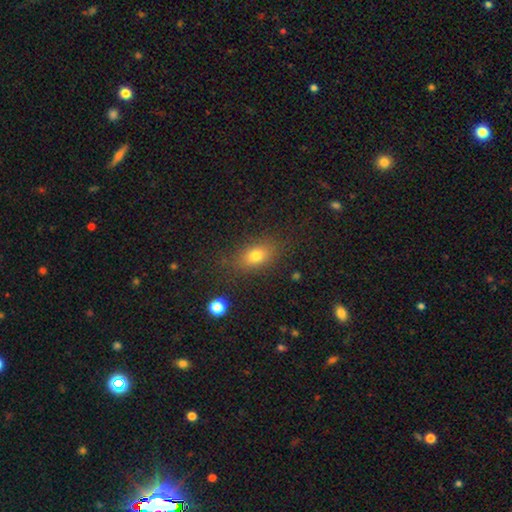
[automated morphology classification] smooth-or-featured: smooth: 76% | star or artifact: 12% | featured or disk: 12%
  how-rounded: in between: 77% | round: 18% | cigar-shaped: 5%
  merging: none: 80% | minor disturbance: 13% | major disturbance: 5% | merger: 2%